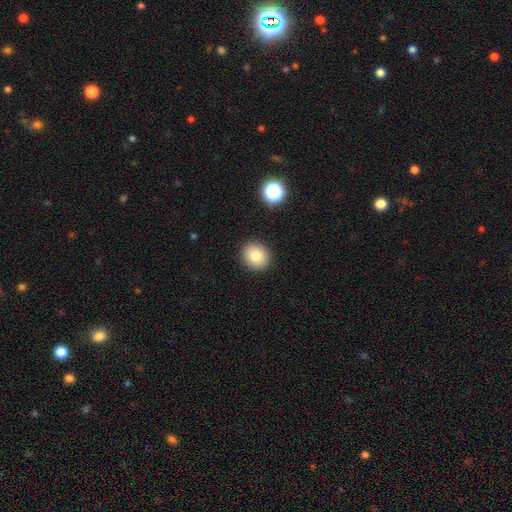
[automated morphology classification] A smooth galaxy with no disk features (79%) that is round (74%).

Vote fractions:
- Smooth or featured? smooth: 79% / star or artifact: 11% / featured or disk: 10%
- How rounded? round: 74% / in between: 25% / cigar-shaped: 1%
- Merging? none: 90% / minor disturbance: 6% / major disturbance: 2% / merger: 1%